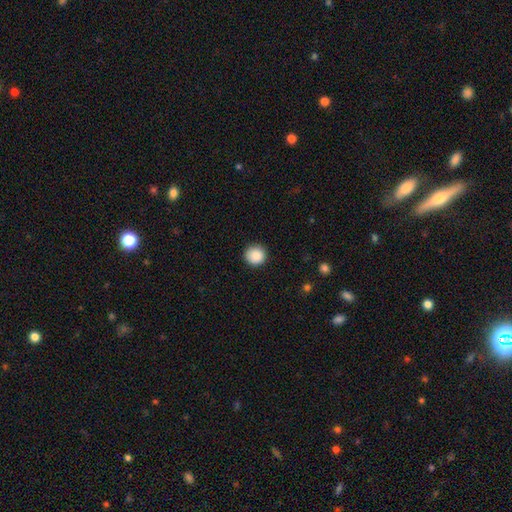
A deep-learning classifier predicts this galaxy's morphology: The model was most divided on "smooth or featured": smooth: 89%, star or artifact: 8%, featured or disk: 3%. More confident: how rounded — round (94%); merging — none (91%).